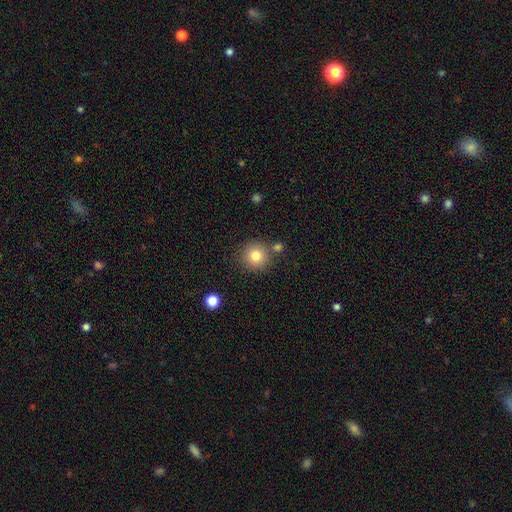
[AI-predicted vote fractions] This appears to be a smooth galaxy with no disk features (80%) that is round (93%). Merging: none (79%).